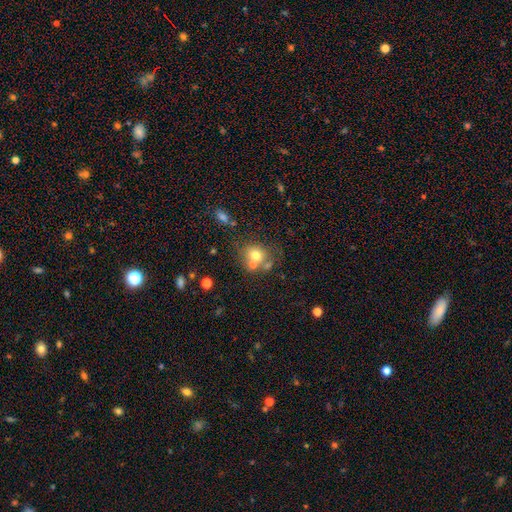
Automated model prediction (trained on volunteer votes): This appears to be a smooth galaxy with no disk features (68%) that is round (69%). Merging: none (50%).